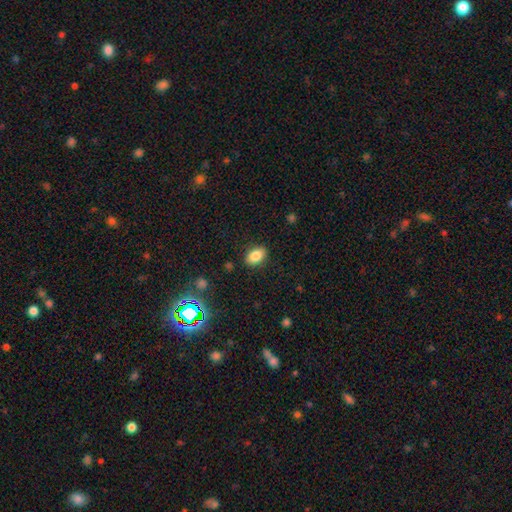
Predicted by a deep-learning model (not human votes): This is clearly a smooth galaxy (84%). How rounded: clearly in between (88%). Merging: clearly none (87%).